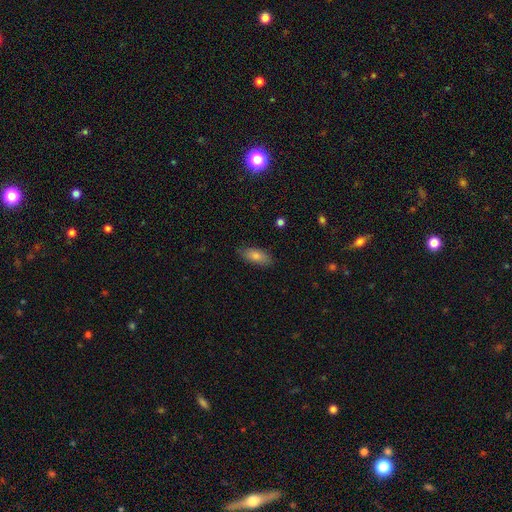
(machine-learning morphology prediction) smooth-or-featured: smooth: 77% | featured or disk: 14% | star or artifact: 9%
  how-rounded: in between: 81% | cigar-shaped: 16% | round: 3%
  merging: none: 84% | minor disturbance: 13% | major disturbance: 2% | merger: 1%